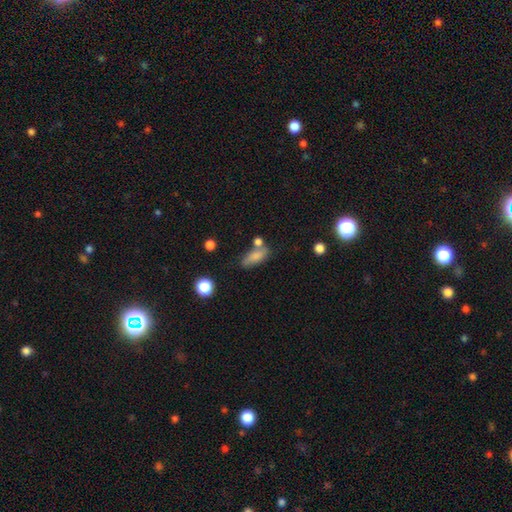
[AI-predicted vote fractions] Smooth or featured? smooth (75%)
How rounded? in between (74%)
Merging? none (51%)